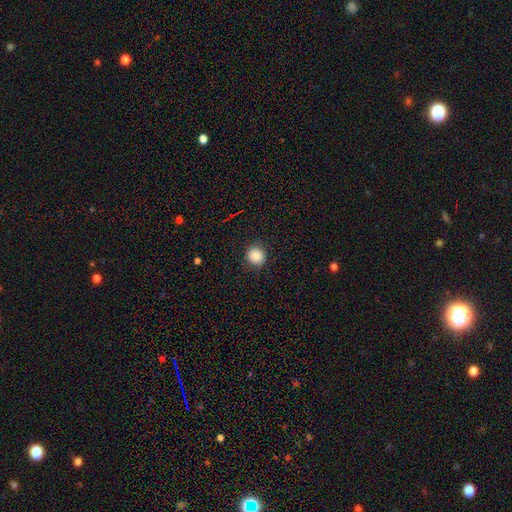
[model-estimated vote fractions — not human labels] A smooth galaxy with no disk features (84%) that is round (91%).

Vote fractions:
- Smooth or featured? smooth: 84% / star or artifact: 10% / featured or disk: 6%
- How rounded? round: 91% / in between: 8% / cigar-shaped: 1%
- Merging? none: 89% / minor disturbance: 8% / major disturbance: 2% / merger: 1%